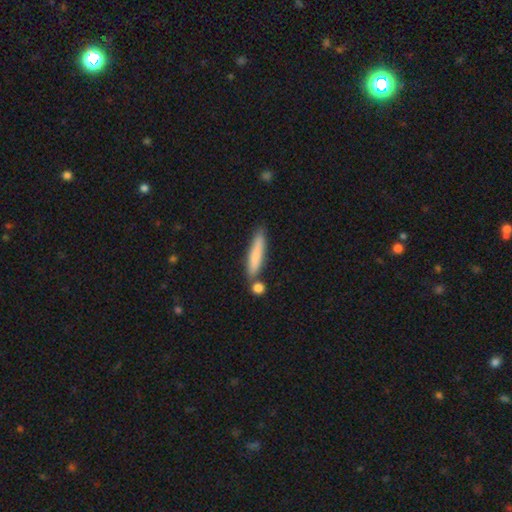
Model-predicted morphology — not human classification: smooth-or-featured: smooth: 78% | featured or disk: 16% | star or artifact: 6%
  how-rounded: cigar-shaped: 88% | in between: 10% | round: 2%
  merging: none: 71% | minor disturbance: 14% | merger: 11% | major disturbance: 3%